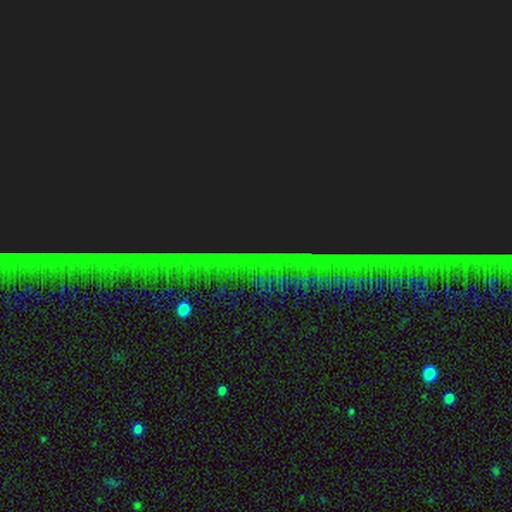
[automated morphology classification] smooth_or_featured: star or artifact (p=0.86) [alt: featured or disk p=0.08]